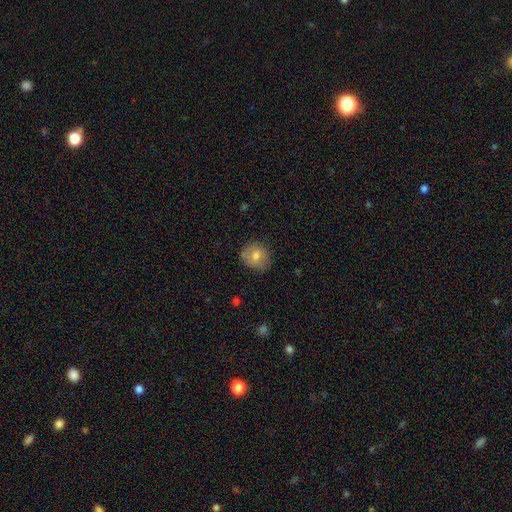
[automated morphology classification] Smooth or featured? Predicted: smooth (p=0.73). How rounded? Predicted: round (p=0.81). Merging? Predicted: none (p=0.82).